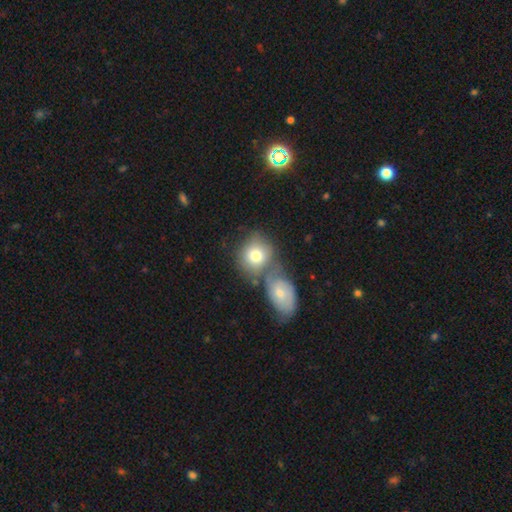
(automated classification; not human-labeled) A smooth galaxy with no disk features (73%) that is round (71%). Merging: merger (50%).